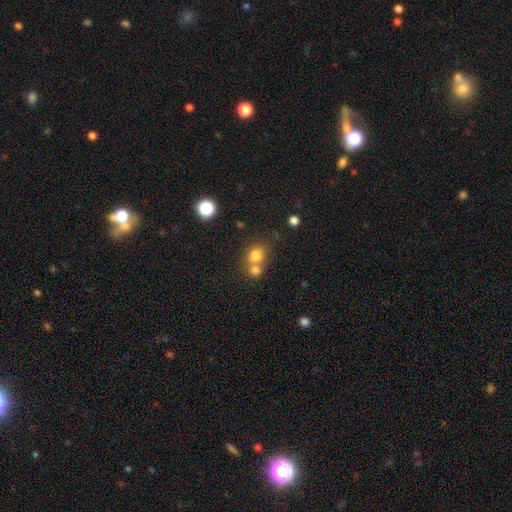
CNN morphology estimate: The model was most divided on "merging": merger: 48%, none: 42%, minor disturbance: 6%, major disturbance: 3%. More confident: how rounded — round (79%); smooth or featured — smooth (77%).